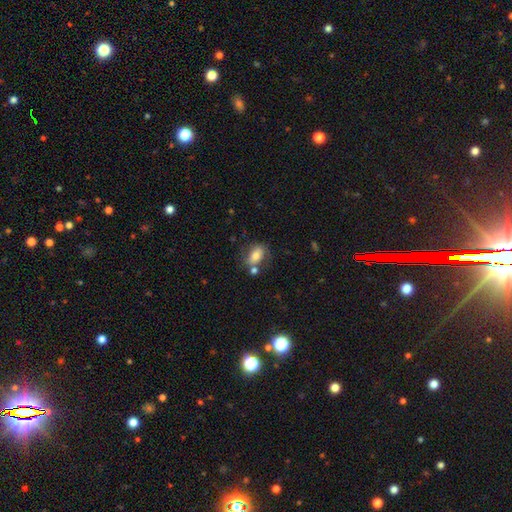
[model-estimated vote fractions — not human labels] Overall: smooth (65%; featured or disk 26%). How rounded: in between (81%). Merging: none (55%; merger 19%).